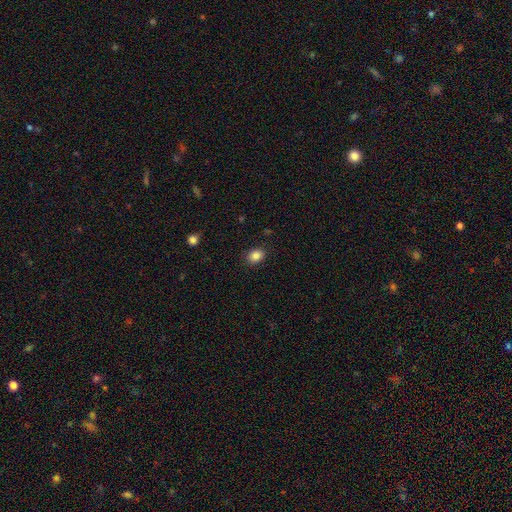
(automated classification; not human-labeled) Q: Smooth or featured?
A: smooth (86%); runner-up: star or artifact (10%)
Q: How rounded?
A: in between (52%); runner-up: round (47%)
Q: Merging?
A: none (88%); runner-up: minor disturbance (9%)